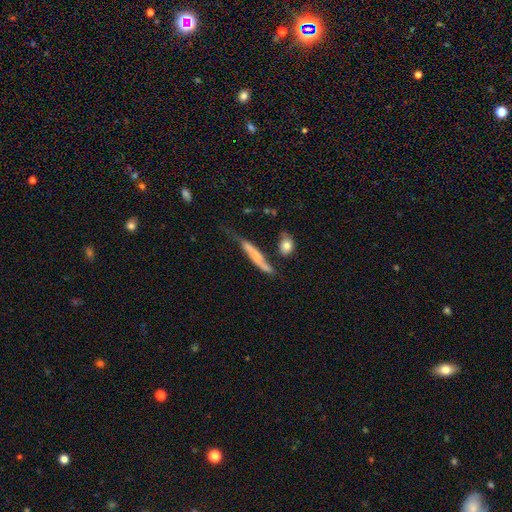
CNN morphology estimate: smooth-or-featured: smooth: 51% | featured or disk: 41% | star or artifact: 8%
  how-rounded: cigar-shaped: 86% | in between: 11% | round: 3%
  merging: none: 38% | minor disturbance: 28% | major disturbance: 20% | merger: 14%